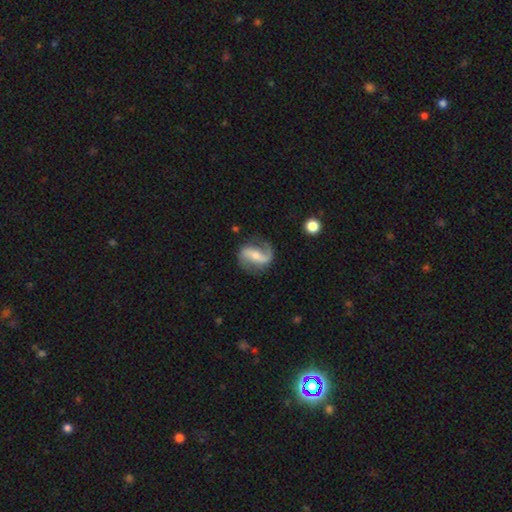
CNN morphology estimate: featured or disk 84%, smooth 10%, star or artifact 5%. Down the decision tree: edge-on disk — no (97%); bar — strong (41%); spiral arms — yes (95%); spiral arm count — 2 (84%); spiral winding — loose (56%); bulge size — small (51%); merging — none (74%).